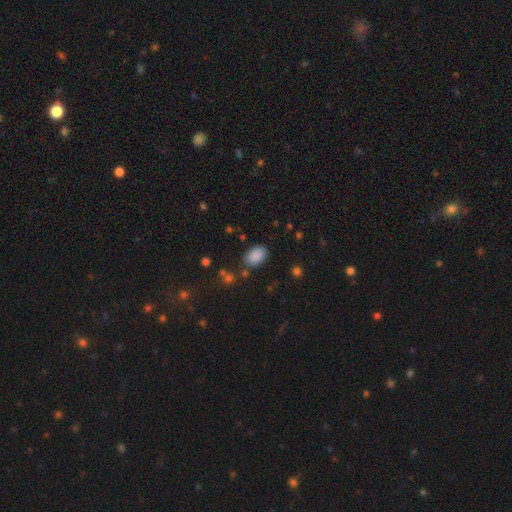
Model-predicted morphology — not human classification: The model was most divided on "merging": none: 82%, minor disturbance: 12%, major disturbance: 3%, merger: 3%. More confident: smooth or featured — smooth (87%); how rounded — in between (85%).